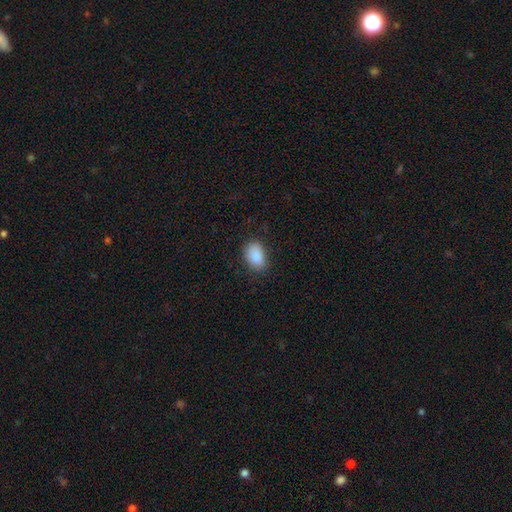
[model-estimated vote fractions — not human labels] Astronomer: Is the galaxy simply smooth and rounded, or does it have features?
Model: smooth — 88%.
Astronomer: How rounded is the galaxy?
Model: in between — 84%.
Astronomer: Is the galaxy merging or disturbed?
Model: none — 80%.